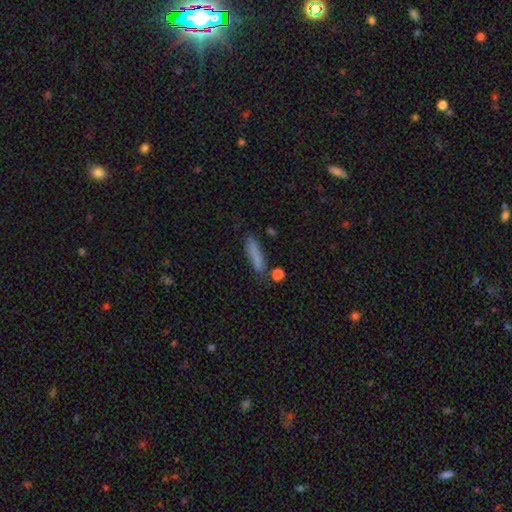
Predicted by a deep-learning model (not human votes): smooth 81%, featured or disk 11%, star or artifact 8%. Down the decision tree: how rounded — cigar-shaped (83%); merging — none (78%).